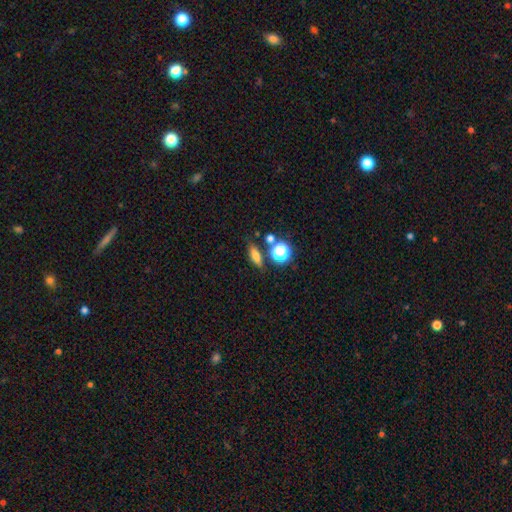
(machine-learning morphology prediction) This is likely a smooth galaxy (69%). How rounded: possibly in between (51%). Merging: likely none (74%).